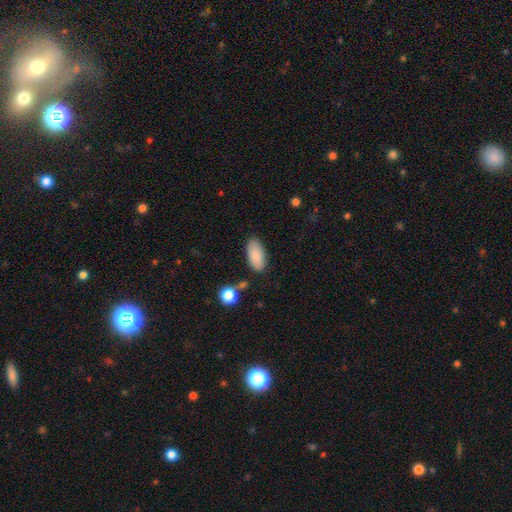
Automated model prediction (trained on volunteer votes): A smooth galaxy with no disk features (87%) that is in between round and cigar-shaped (92%).

Vote fractions:
- Smooth or featured? smooth: 87% / featured or disk: 7% / star or artifact: 6%
- How rounded? in between: 92% / cigar-shaped: 6% / round: 2%
- Merging? none: 81% / minor disturbance: 12% / merger: 4% / major disturbance: 3%